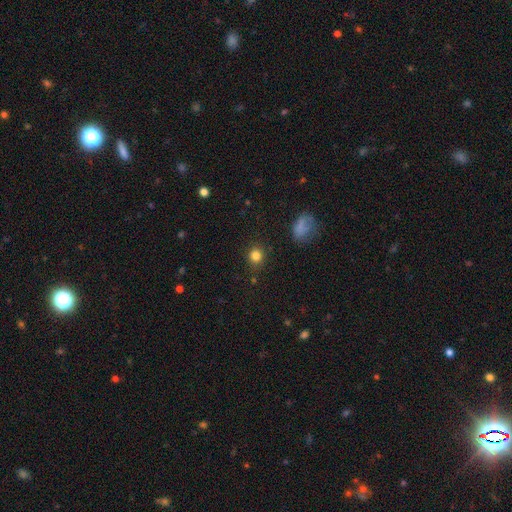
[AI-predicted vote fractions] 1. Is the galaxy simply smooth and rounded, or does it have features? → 82% smooth, 13% star or artifact, 5% featured or disk.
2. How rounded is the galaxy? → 87% round, 12% in between, 1% cigar-shaped.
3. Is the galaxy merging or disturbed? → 85% none, 10% minor disturbance, 3% major disturbance, 2% merger.